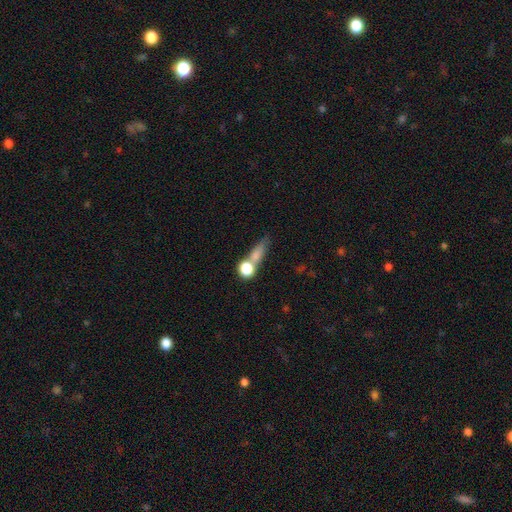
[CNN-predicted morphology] Smooth or featured: smooth — 69% (featured or disk — 17%)
How rounded: round — 37% (in between — 33%)
Merging: none — 41% (merger — 35%)